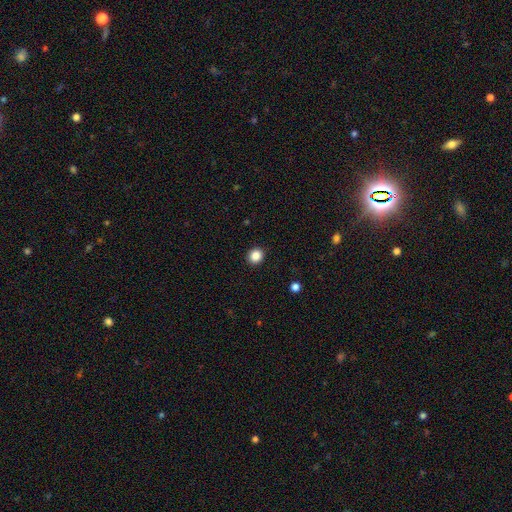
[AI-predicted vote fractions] The model was most divided on "how rounded": round: 86%, in between: 14%, cigar-shaped: 1%. More confident: merging — none (93%); smooth or featured — smooth (86%).